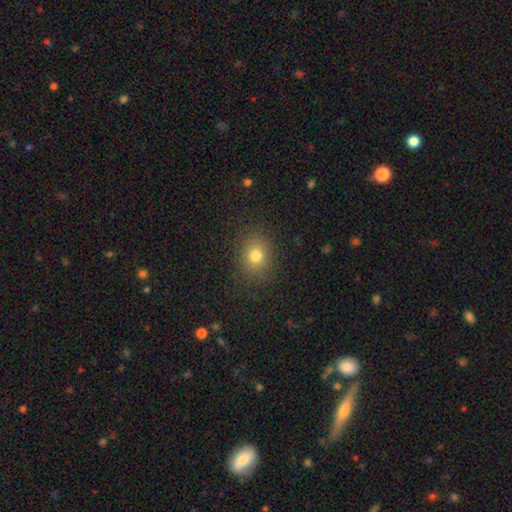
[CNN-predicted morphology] type=smooth (77%); roundness=round (58%); merging=none (86%).